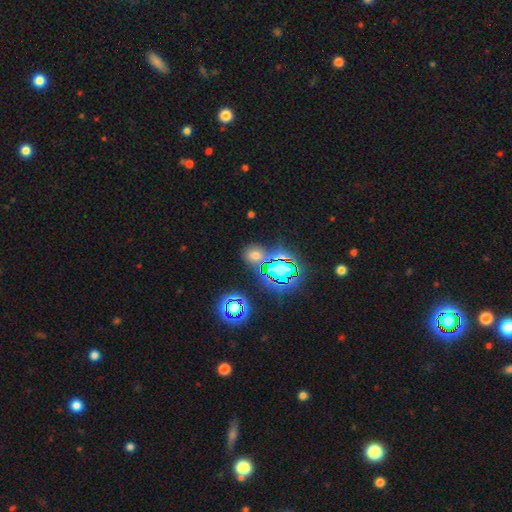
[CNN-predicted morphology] A smooth galaxy with no disk features (47%).

Vote fractions:
- Smooth or featured? smooth: 47% / star or artifact: 43% / featured or disk: 10%
- Merging? none: 75% / minor disturbance: 12% / merger: 9% / major disturbance: 5%